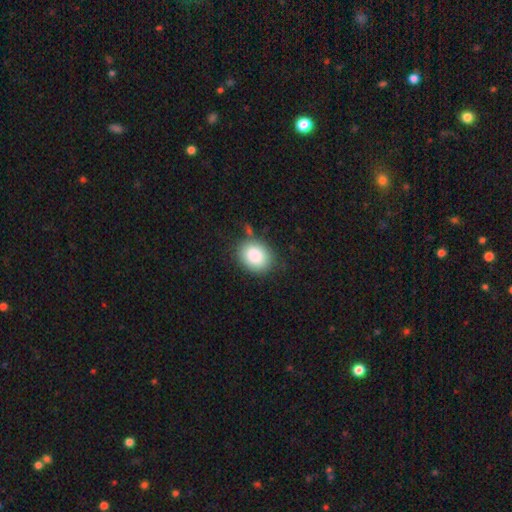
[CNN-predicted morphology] Smooth or featured?
  - smooth: 87% *
  - star or artifact: 8%
  - featured or disk: 6%
How rounded?
  - round: 50% *
  - in between: 49%
  - cigar-shaped: 1%
Merging?
  - none: 77% *
  - minor disturbance: 14%
  - major disturbance: 5%
  - merger: 4%